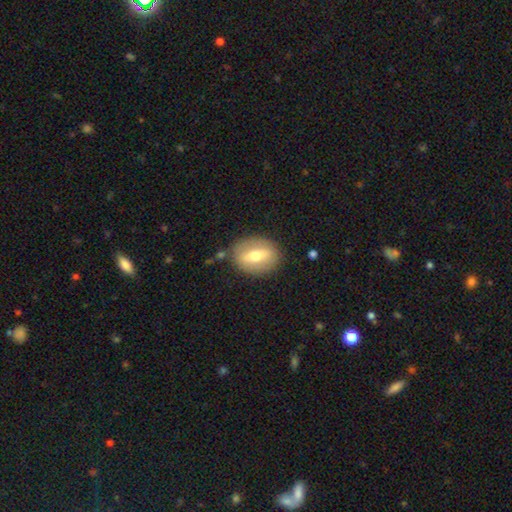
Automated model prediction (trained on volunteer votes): Q: Smooth or featured?
A: smooth (51%); runner-up: featured or disk (42%)
Q: How rounded?
A: in between (61%); runner-up: round (36%)
Q: Merging?
A: none (82%); runner-up: minor disturbance (12%)